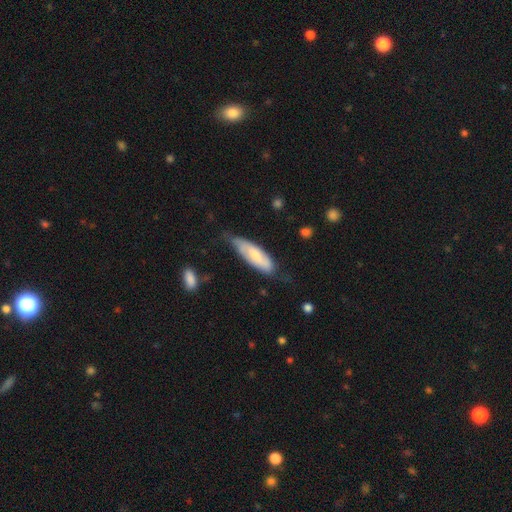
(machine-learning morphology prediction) Smooth or featured?
  - smooth: 58% *
  - featured or disk: 36%
  - star or artifact: 6%
How rounded?
  - in between: 51% *
  - cigar-shaped: 47%
  - round: 2%
Merging?
  - none: 53% *
  - minor disturbance: 35%
  - major disturbance: 10%
  - merger: 3%